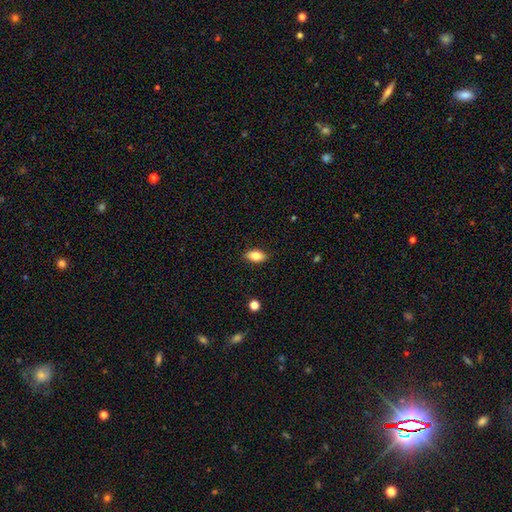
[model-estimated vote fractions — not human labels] smooth_or_featured: smooth (p=0.80) [alt: featured or disk p=0.12]
how_rounded: in between (p=0.89) [alt: round p=0.06]
merging: none (p=0.88) [alt: minor disturbance p=0.09]